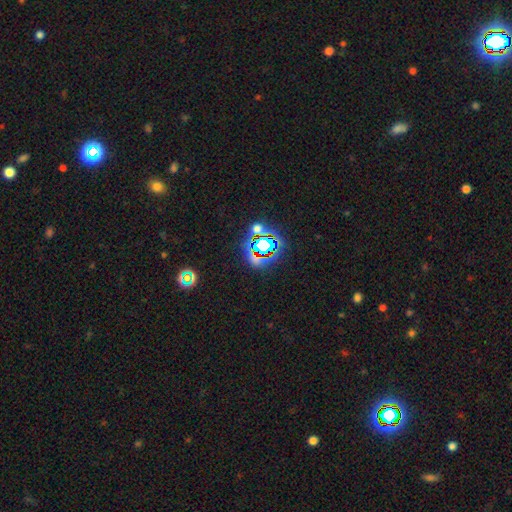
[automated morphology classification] A star or artifact, not a galaxy (68%).

Vote fractions:
- Smooth or featured? star or artifact: 68% / smooth: 20% / featured or disk: 11%